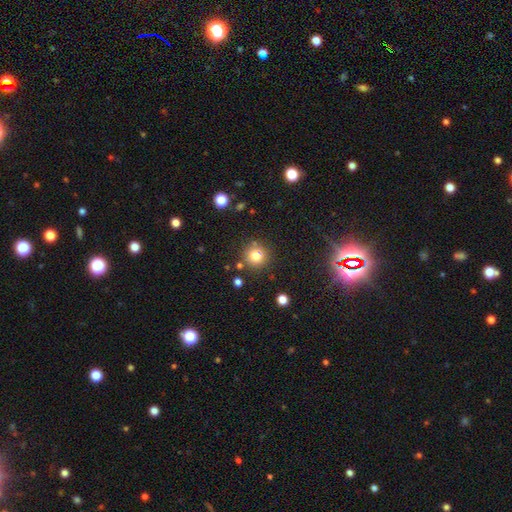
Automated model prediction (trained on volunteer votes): Smooth or featured: smooth — 77% (star or artifact — 14%)
How rounded: round — 93% (in between — 6%)
Merging: none — 81% (minor disturbance — 9%)